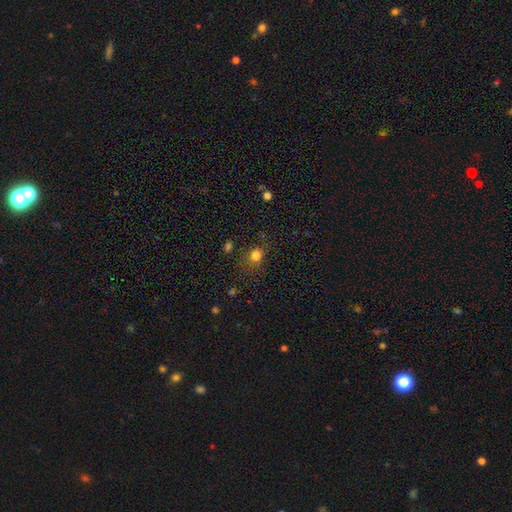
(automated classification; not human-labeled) The model was most divided on "how rounded": round: 70%, in between: 29%, cigar-shaped: 1%. More confident: smooth or featured — smooth (80%); merging — none (72%).